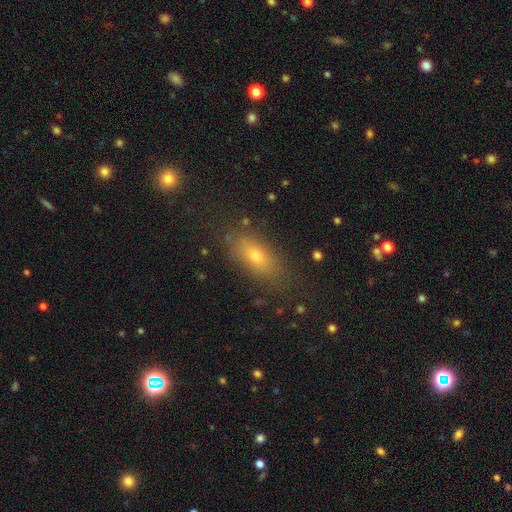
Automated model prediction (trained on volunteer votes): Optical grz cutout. It shows a smooth galaxy with no disk features (72%) that is in between round and cigar-shaped (77%). Merging: none (79%).